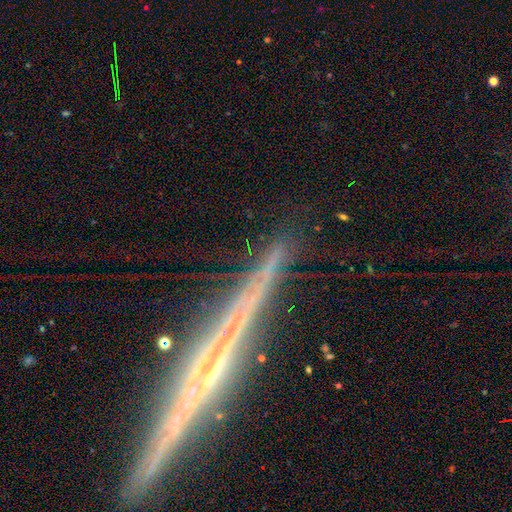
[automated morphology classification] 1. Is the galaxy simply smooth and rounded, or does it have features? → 63% featured or disk, 23% star or artifact, 14% smooth.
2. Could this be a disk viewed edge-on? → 92% yes, 8% no.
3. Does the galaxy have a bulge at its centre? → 43% none, 39% rounded, 17% boxy.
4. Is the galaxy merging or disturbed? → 85% none, 10% minor disturbance, 3% major disturbance, 2% merger.